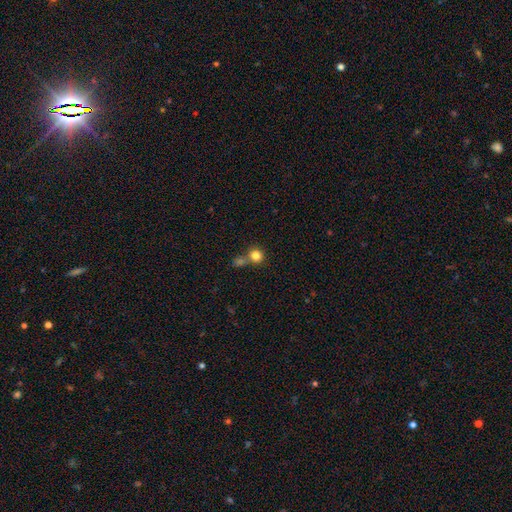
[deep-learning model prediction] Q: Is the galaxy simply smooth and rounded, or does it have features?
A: smooth — 82%.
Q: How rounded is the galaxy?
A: round — 90%.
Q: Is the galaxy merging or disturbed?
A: none — 53%.